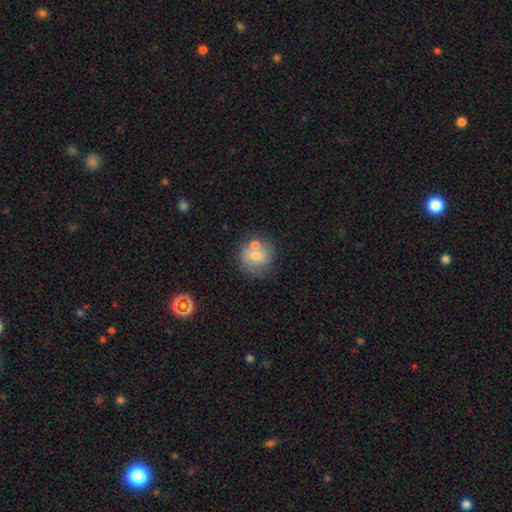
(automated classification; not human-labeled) This is likely a smooth galaxy (61%). How rounded: clearly round (88%). Merging: likely none (61%).